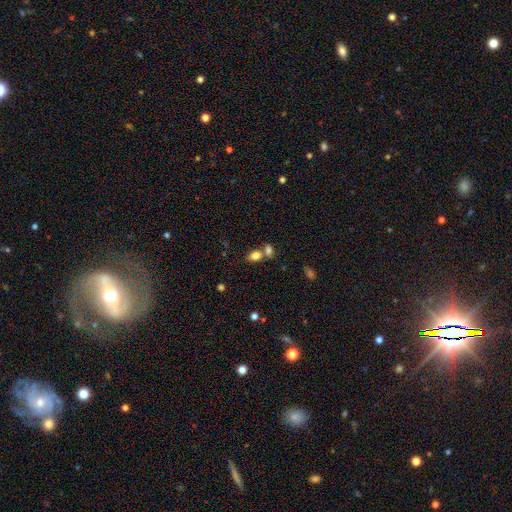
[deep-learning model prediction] This appears to be a smooth galaxy with no disk features (81%) that is in between round and cigar-shaped (78%). Merging: merger (44%, tied with none).